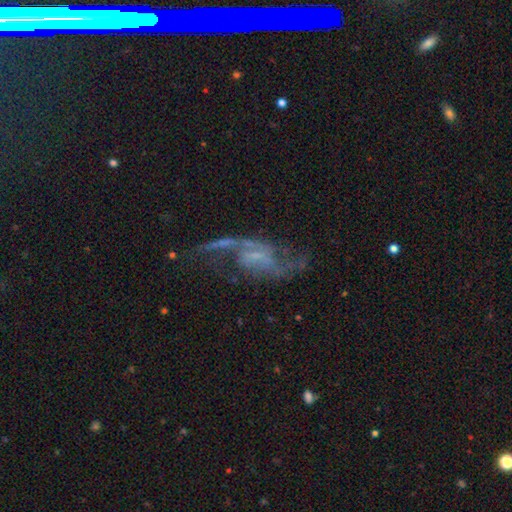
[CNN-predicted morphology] Smooth or featured? Predicted: featured or disk (p=0.84). Edge-on disk? Predicted: no (p=0.95). Bar? Predicted: weak (p=0.43). Spiral arms? Predicted: yes (p=0.92). Spiral winding? Predicted: loose (p=0.67). Spiral arm count? Predicted: 2 (p=0.87). Bulge size? Predicted: small (p=0.49). Merging? Predicted: none (p=0.55).